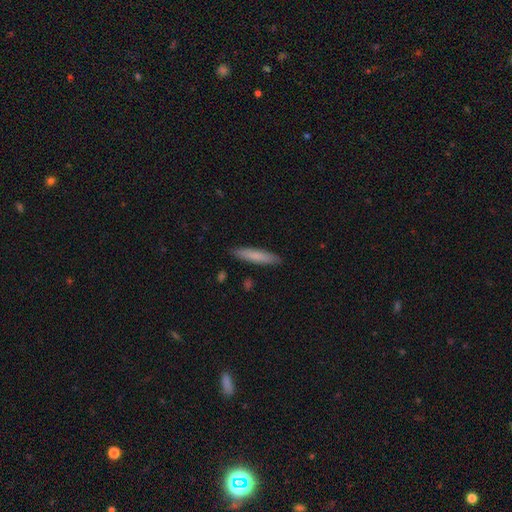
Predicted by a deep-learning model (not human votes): Smooth or featured? Predicted: smooth (p=0.79). How rounded? Predicted: cigar-shaped (p=0.85). Merging? Predicted: none (p=0.89).